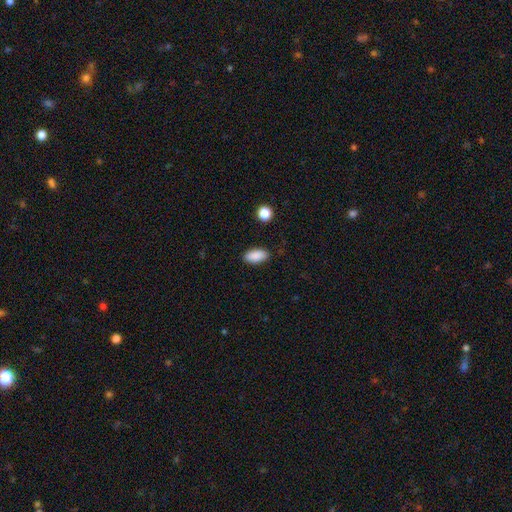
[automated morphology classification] A smooth galaxy with no disk features (89%) that is in between round and cigar-shaped (91%).

Vote fractions:
- Smooth or featured? smooth: 89% / star or artifact: 7% / featured or disk: 3%
- How rounded? in between: 91% / cigar-shaped: 6% / round: 3%
- Merging? none: 88% / minor disturbance: 9% / major disturbance: 2% / merger: 1%